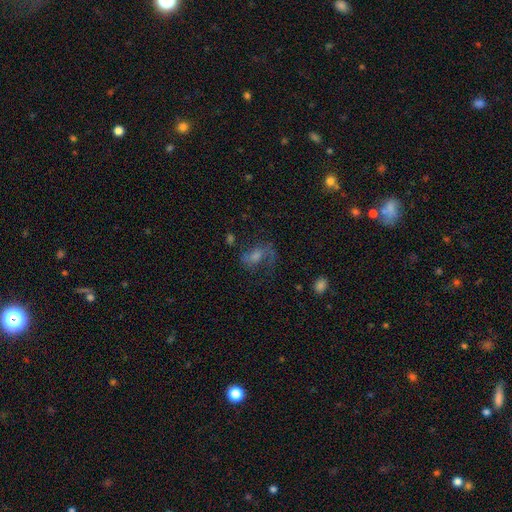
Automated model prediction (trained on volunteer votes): smooth_or_featured: featured or disk (p=0.53) [alt: smooth p=0.27]
disk_edge_on: no (p=0.95) [alt: yes p=0.05]
bar: no (p=0.53) [alt: weak p=0.36]
has_spiral_arms: yes (p=0.80) [alt: no p=0.20]
bulge_size: moderate (p=0.41) [alt: small p=0.27]
merging: none (p=0.51) [alt: major disturbance p=0.28]